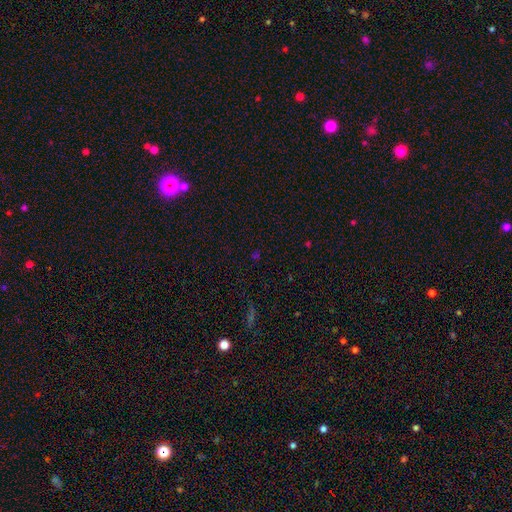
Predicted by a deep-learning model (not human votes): Q: Smooth or featured?
A: star or artifact (61%); runner-up: smooth (31%)